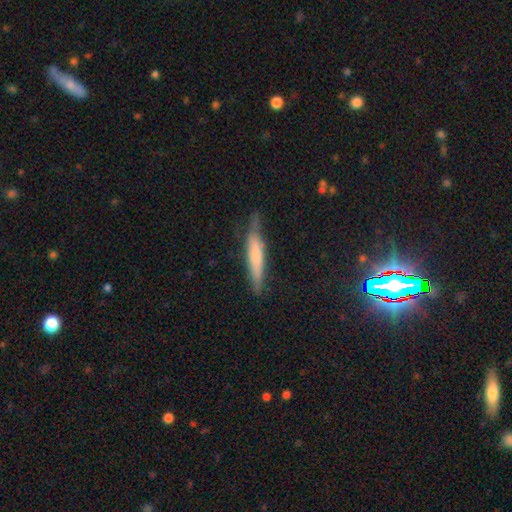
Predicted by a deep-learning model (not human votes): Smooth or featured? Predicted: smooth (p=0.60). How rounded? Predicted: cigar-shaped (p=0.90). Merging? Predicted: none (p=0.68).